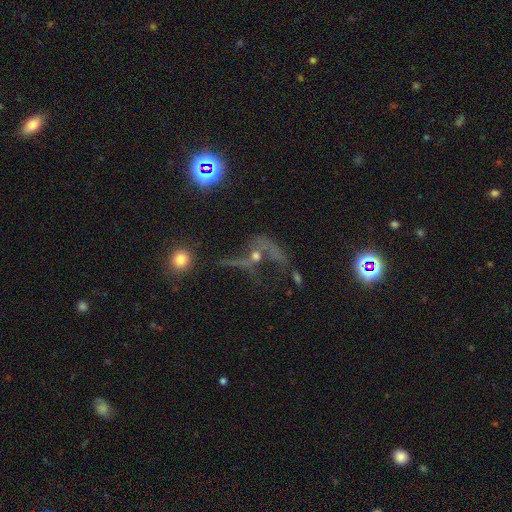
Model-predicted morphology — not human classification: featured or disk 43%, star or artifact 39%, smooth 18%. Down the decision tree: merging — none (38%).